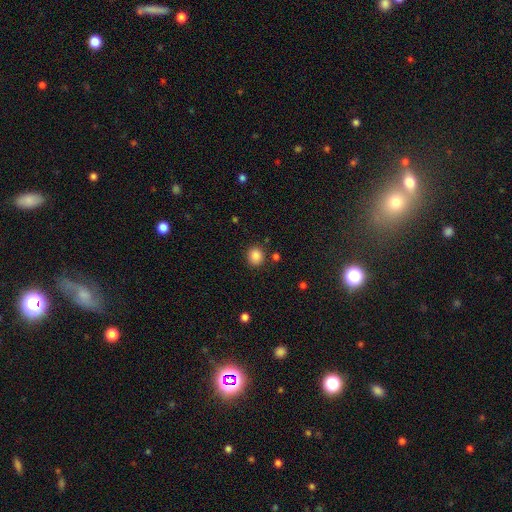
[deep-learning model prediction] smooth 86%, star or artifact 10%, featured or disk 4%. Down the decision tree: how rounded — round (79%); merging — none (86%).